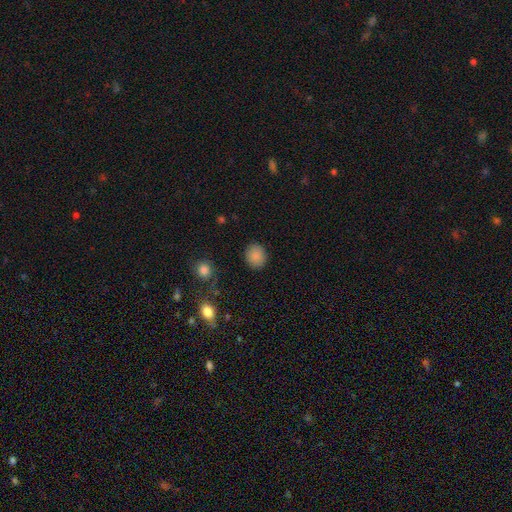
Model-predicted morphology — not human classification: smooth 87%, star or artifact 9%, featured or disk 4%. Down the decision tree: how rounded — round (71%); merging — none (88%).